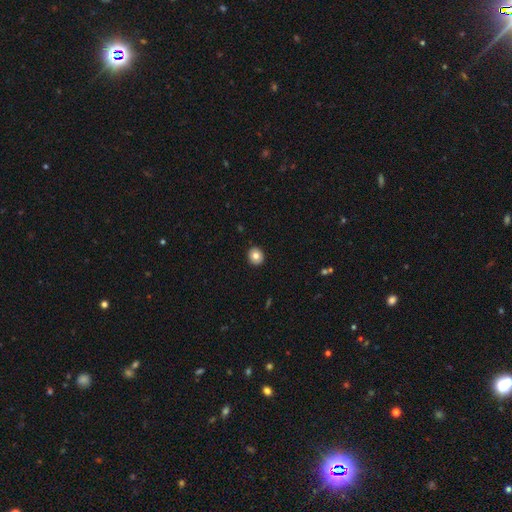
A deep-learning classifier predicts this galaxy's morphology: type=smooth (78%); roundness=round (87%); merging=none (92%).